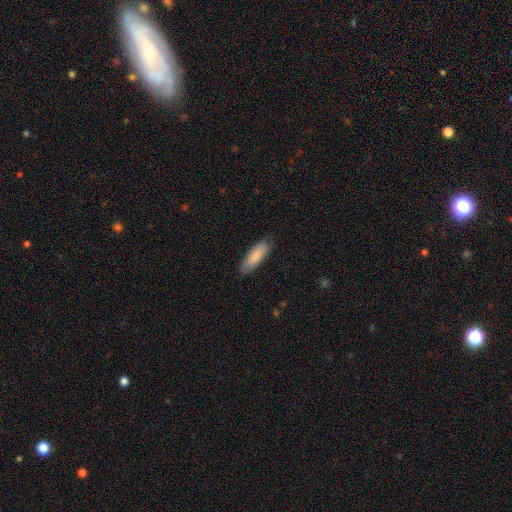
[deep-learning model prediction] smooth_or_featured: smooth (p=0.86) [alt: featured or disk p=0.09]
how_rounded: in between (p=0.59) [alt: cigar-shaped p=0.40]
merging: none (p=0.82) [alt: minor disturbance p=0.14]